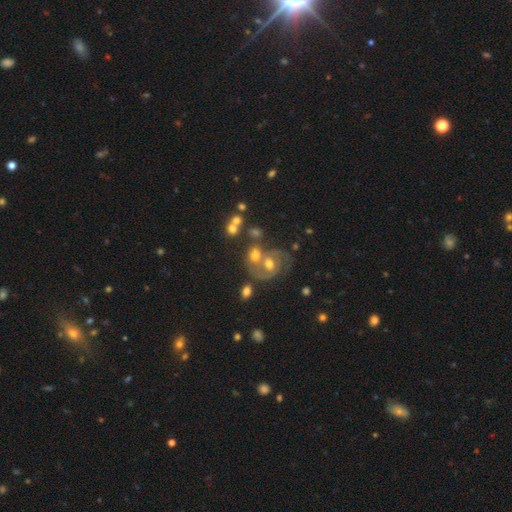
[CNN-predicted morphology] Overall: featured or disk (51%; smooth 35%). Edge-on disk: no (97%). Merging: none (44%; merger 35%).